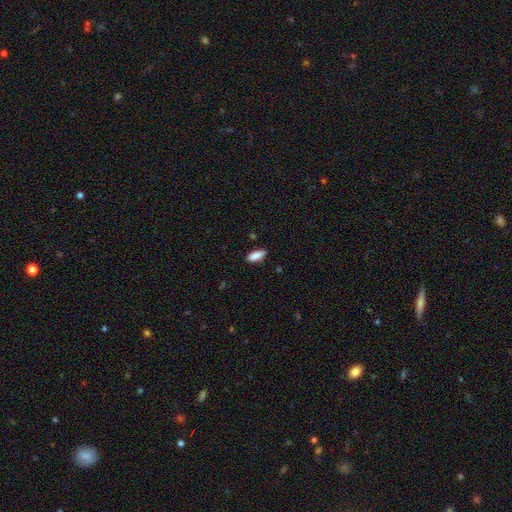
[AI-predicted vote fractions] Q: Smooth or featured?
A: smooth (88%); runner-up: star or artifact (7%)
Q: How rounded?
A: in between (75%); runner-up: cigar-shaped (23%)
Q: Merging?
A: none (85%); runner-up: minor disturbance (12%)